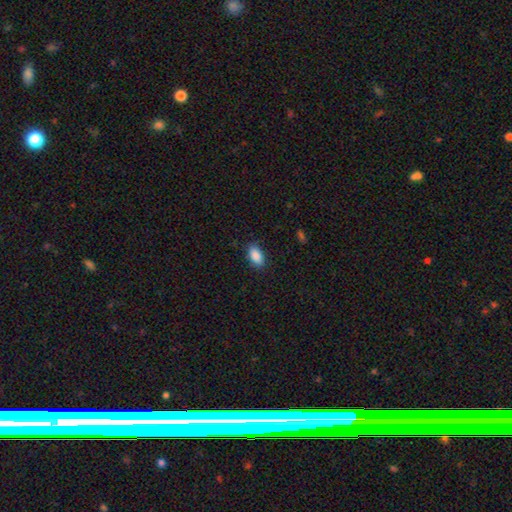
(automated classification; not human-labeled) Overall: smooth (90%). How rounded: in between (93%). Merging: none (86%).